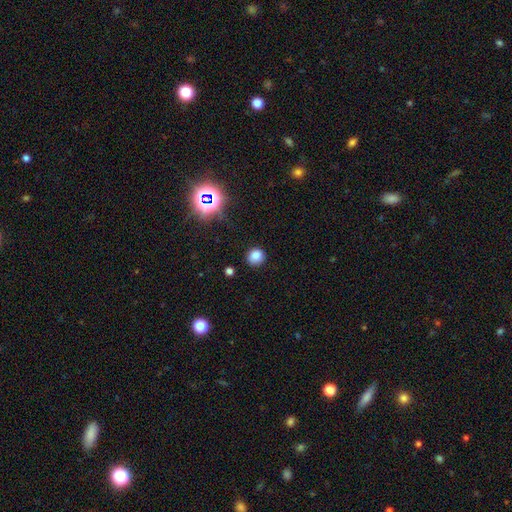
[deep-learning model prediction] Smooth or featured?
  - smooth: 79% *
  - star or artifact: 16%
  - featured or disk: 5%
How rounded?
  - round: 85% *
  - in between: 14%
  - cigar-shaped: 1%
Merging?
  - none: 87% *
  - minor disturbance: 9%
  - major disturbance: 3%
  - merger: 2%